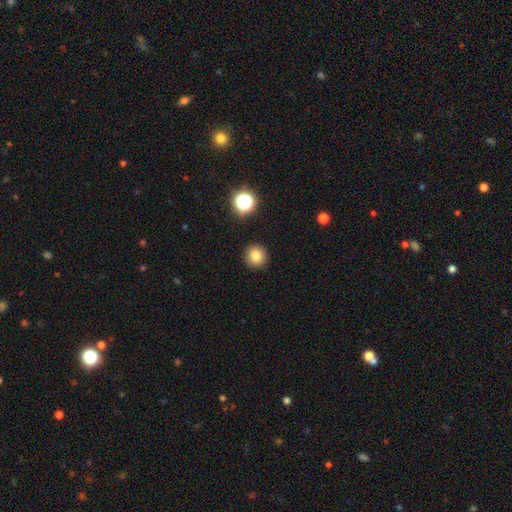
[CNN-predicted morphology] Smooth or featured? Predicted: smooth (p=0.81). How rounded? Predicted: round (p=0.94). Merging? Predicted: none (p=0.91).